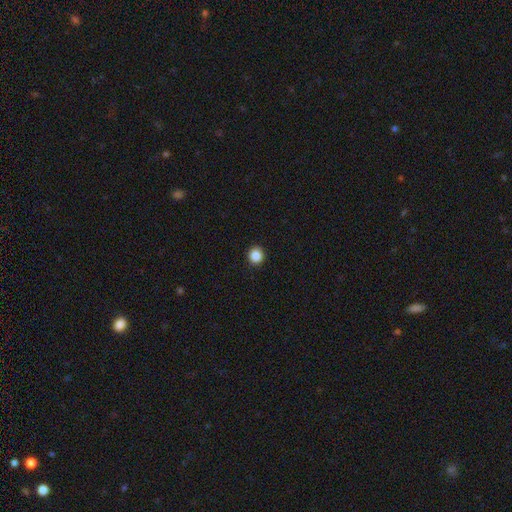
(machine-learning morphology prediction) A smooth galaxy with no disk features (87%) that is round (91%).

Vote fractions:
- Smooth or featured? smooth: 87% / star or artifact: 10% / featured or disk: 3%
- How rounded? round: 91% / in between: 8% / cigar-shaped: 1%
- Merging? none: 93% / minor disturbance: 4% / major disturbance: 1% / merger: 1%